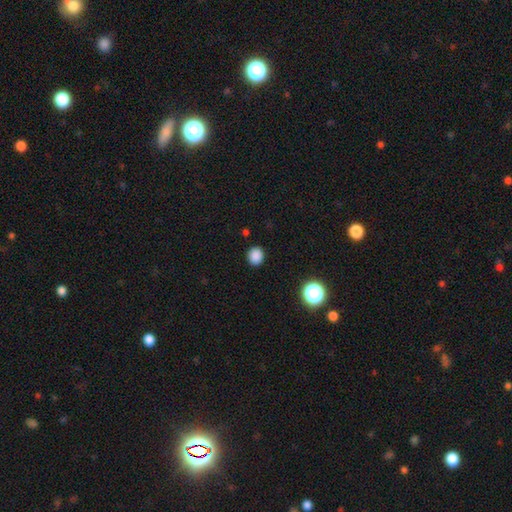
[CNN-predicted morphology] Smooth or featured: smooth — 86% (star or artifact — 11%)
How rounded: round — 76% (in between — 24%)
Merging: none — 90% (minor disturbance — 7%)